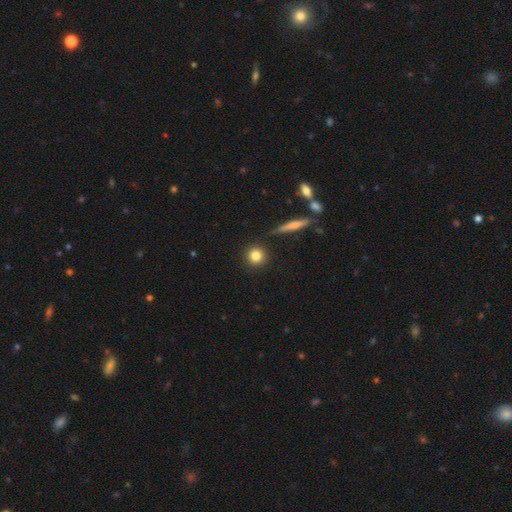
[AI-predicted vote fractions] Overall: smooth (82%). How rounded: round (92%). Merging: none (89%).